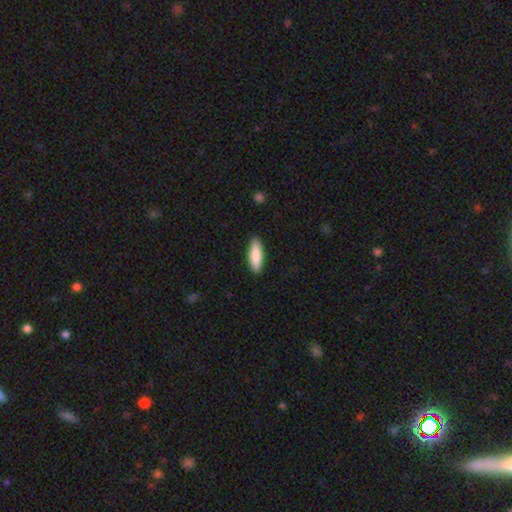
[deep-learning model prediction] A smooth galaxy with no disk features (84%) that is cigar-shaped (51%).

Vote fractions:
- Smooth or featured? smooth: 84% / featured or disk: 11% / star or artifact: 5%
- How rounded? cigar-shaped: 51% / in between: 48% / round: 2%
- Merging? none: 89% / minor disturbance: 8% / major disturbance: 2% / merger: 1%